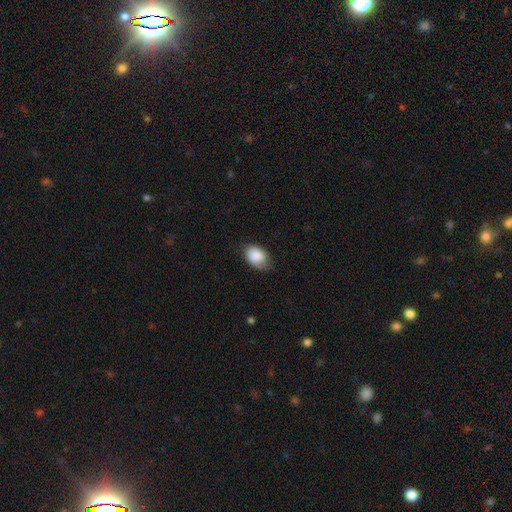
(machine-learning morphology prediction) A smooth galaxy with no disk features (88%) that is in between round and cigar-shaped (83%).

Vote fractions:
- Smooth or featured? smooth: 88% / star or artifact: 7% / featured or disk: 6%
- How rounded? in between: 83% / round: 16% / cigar-shaped: 1%
- Merging? none: 67% / minor disturbance: 26% / major disturbance: 5% / merger: 1%